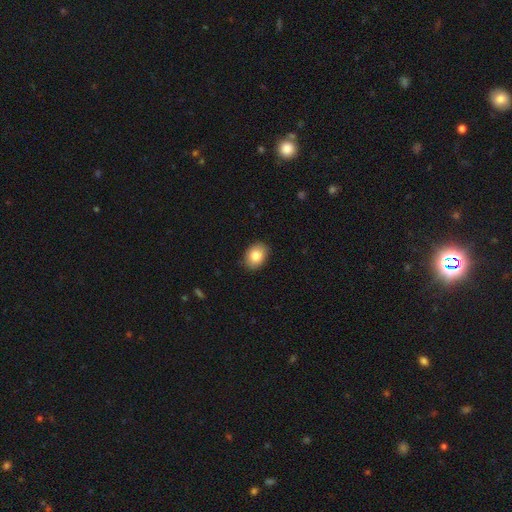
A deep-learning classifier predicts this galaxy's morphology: smooth_or_featured: smooth (p=0.82) [alt: featured or disk p=0.09]
how_rounded: in between (p=0.66) [alt: round p=0.33]
merging: none (p=0.88) [alt: minor disturbance p=0.09]